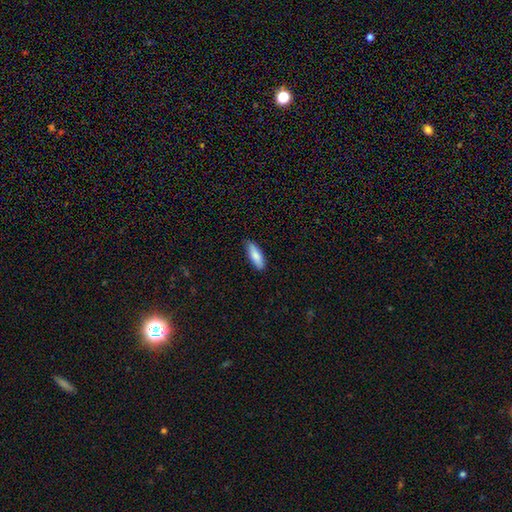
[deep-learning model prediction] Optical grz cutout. It shows a smooth galaxy with no disk features (84%) that is in between round and cigar-shaped (54%). Merging: none (85%).